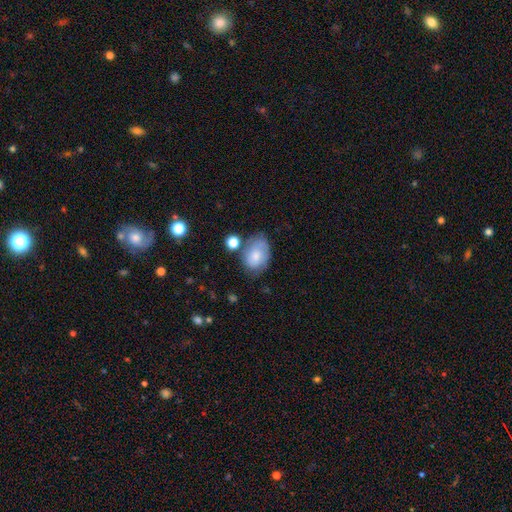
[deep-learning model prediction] Smooth or featured?
  - smooth: 71% *
  - featured or disk: 21%
  - star or artifact: 8%
How rounded?
  - in between: 76% *
  - round: 23%
  - cigar-shaped: 1%
Merging?
  - none: 54% *
  - minor disturbance: 27%
  - merger: 10%
  - major disturbance: 9%